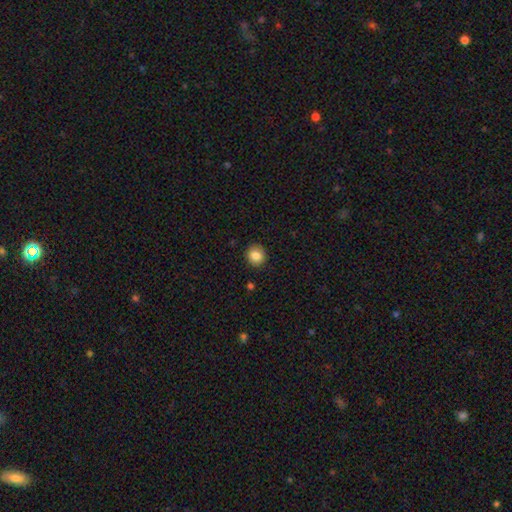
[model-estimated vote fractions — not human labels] This appears to be a smooth galaxy with no disk features (85%) that is round (87%). Merging: none (90%).